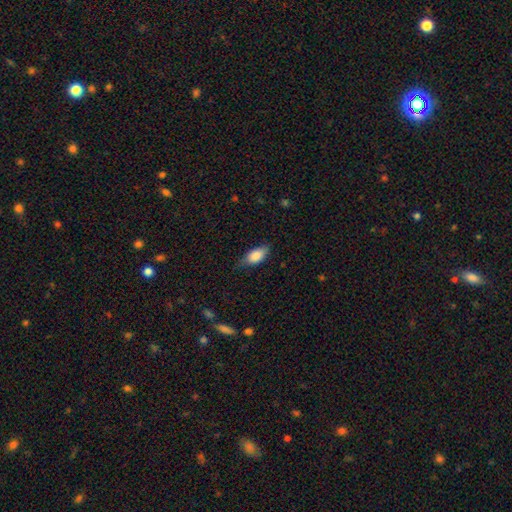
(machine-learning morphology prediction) Smooth or featured? smooth (84%)
How rounded? in between (89%)
Merging? none (67%)